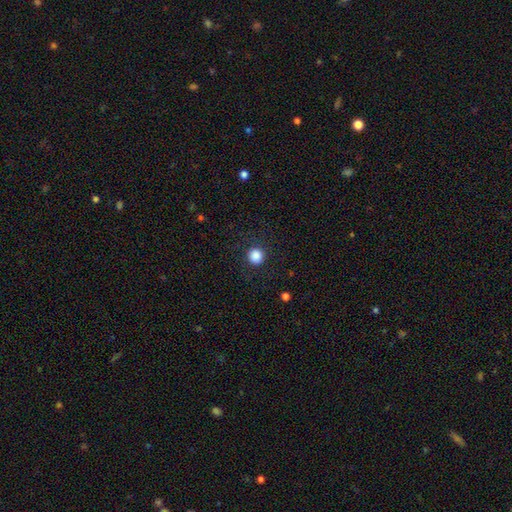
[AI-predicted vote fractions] Morphology: type=smooth (87%); roundness=round (93%); merging=none (90%).